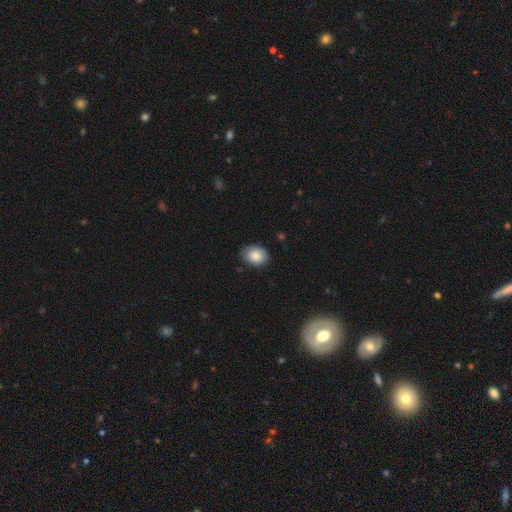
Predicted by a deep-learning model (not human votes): A smooth galaxy with no disk features (86%) that is in between round and cigar-shaped (64%).

Vote fractions:
- Smooth or featured? smooth: 86% / star or artifact: 7% / featured or disk: 7%
- How rounded? in between: 64% / round: 35% / cigar-shaped: 1%
- Merging? none: 80% / minor disturbance: 16% / major disturbance: 3% / merger: 1%